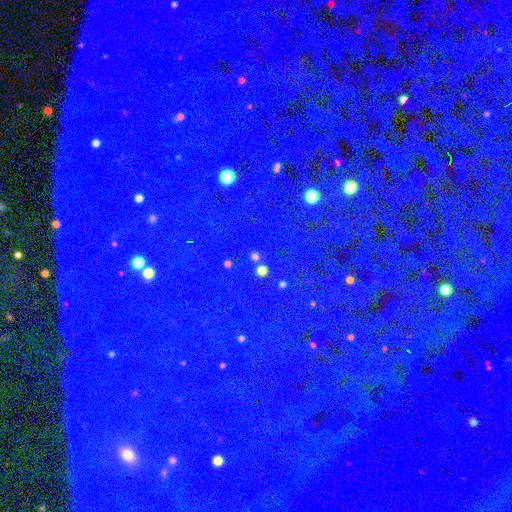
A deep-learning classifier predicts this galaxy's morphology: Smooth or featured? Predicted: star or artifact (p=0.84).